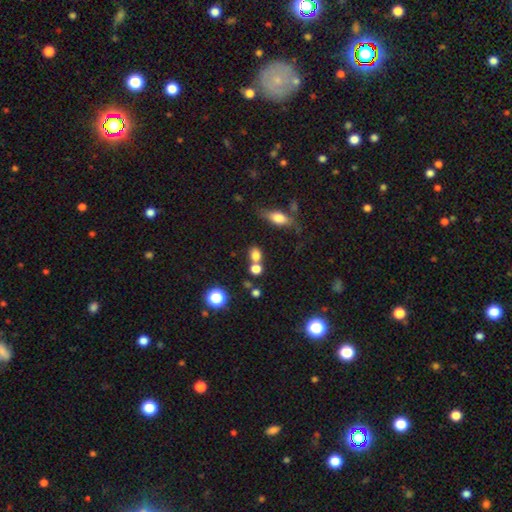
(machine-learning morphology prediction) smooth 75%, star or artifact 16%, featured or disk 9%. Down the decision tree: how rounded — round (56%); merging — none (54%).